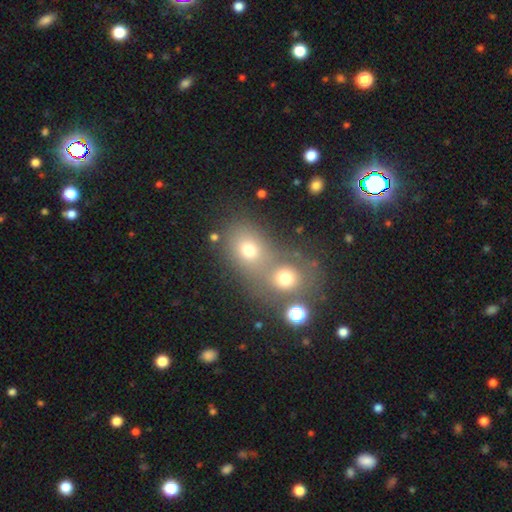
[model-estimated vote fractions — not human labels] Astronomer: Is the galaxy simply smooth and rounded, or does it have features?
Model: smooth — 53% (runner-up: star or artifact, 33%).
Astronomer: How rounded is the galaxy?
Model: round — 72%.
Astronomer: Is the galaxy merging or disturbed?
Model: merger — 45% (runner-up: none, 44%).